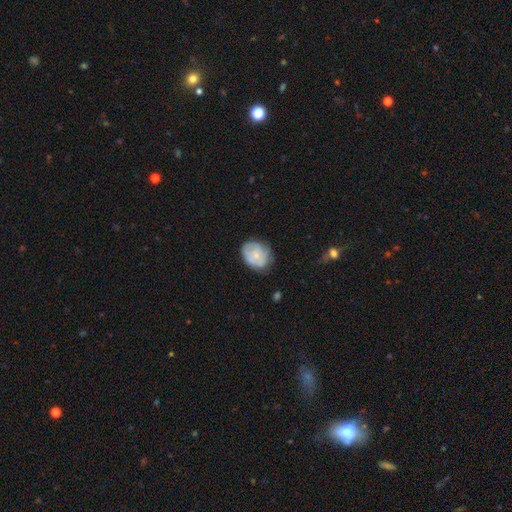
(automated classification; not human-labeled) Smooth or featured: smooth — 57% (featured or disk — 36%)
How rounded: in between — 51% (round — 48%)
Merging: none — 64% (minor disturbance — 27%)